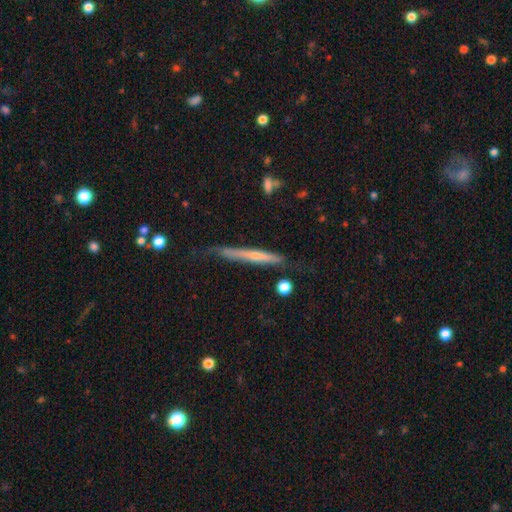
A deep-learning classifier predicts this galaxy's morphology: Smooth or featured? Predicted: featured or disk (p=0.57). Edge-on disk? Predicted: yes (p=0.93). Edge-on bulge? Predicted: none (p=0.54). Merging? Predicted: none (p=0.66).